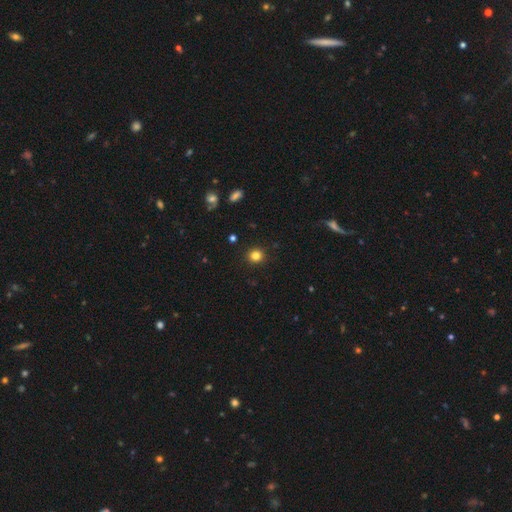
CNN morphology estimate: A smooth galaxy with no disk features (82%) that is round (91%).

Vote fractions:
- Smooth or featured? smooth: 82% / star or artifact: 13% / featured or disk: 5%
- How rounded? round: 91% / in between: 8% / cigar-shaped: 1%
- Merging? none: 92% / minor disturbance: 5% / major disturbance: 2% / merger: 1%